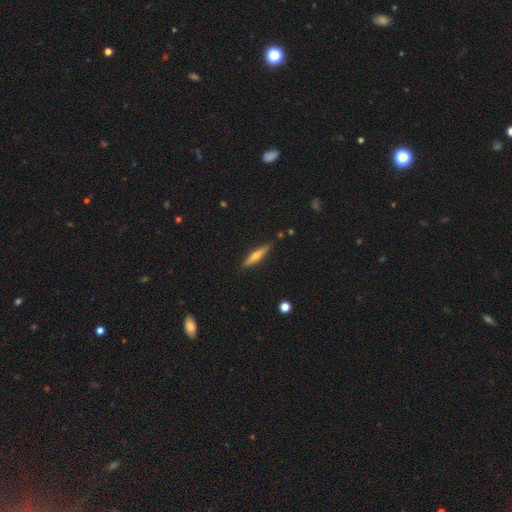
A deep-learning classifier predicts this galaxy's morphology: smooth-or-featured: featured or disk: 50% | smooth: 44% | star or artifact: 6%
  disk-edge-on: yes: 94% | no: 6%
  merging: none: 87% | minor disturbance: 9% | major disturbance: 2% | merger: 2%